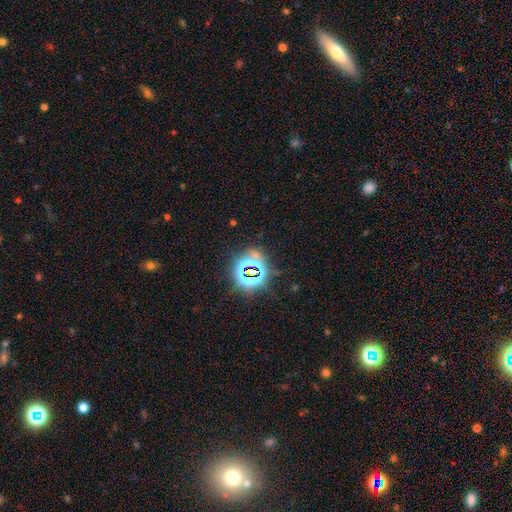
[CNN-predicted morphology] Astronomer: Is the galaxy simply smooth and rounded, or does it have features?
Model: star or artifact — 77%.